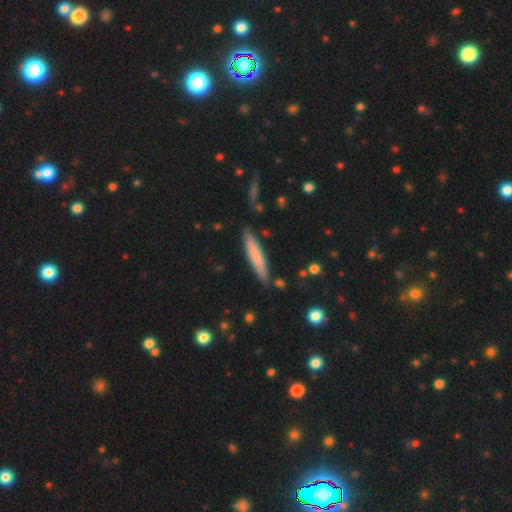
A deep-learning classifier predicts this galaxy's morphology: A smooth galaxy with no disk features (73%) that is cigar-shaped (91%).

Vote fractions:
- Smooth or featured? smooth: 73% / featured or disk: 21% / star or artifact: 6%
- How rounded? cigar-shaped: 91% / in between: 8% / round: 1%
- Merging? none: 85% / minor disturbance: 11% / merger: 3% / major disturbance: 2%